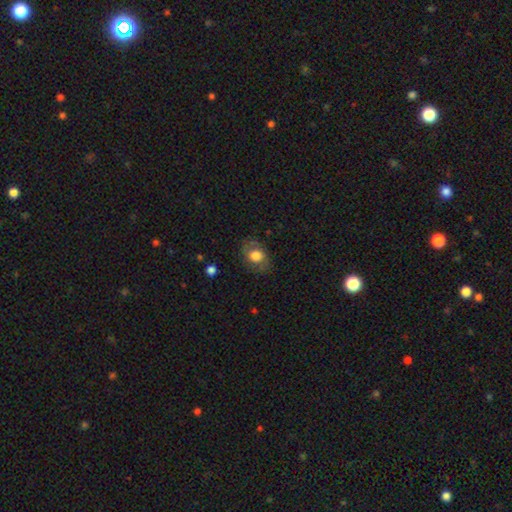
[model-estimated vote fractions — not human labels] Smooth or featured: smooth — 67% (featured or disk — 25%)
How rounded: in between — 63% (round — 36%)
Merging: none — 76% (minor disturbance — 16%)